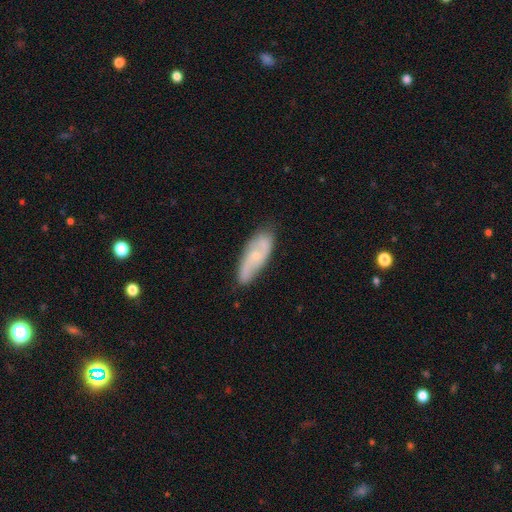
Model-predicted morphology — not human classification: Smooth or featured? featured or disk (63%)
Edge-on disk? no (87%)
Bar? no (63%)
Spiral arms? yes (87%)
Bulge size? small (70%)
Merging? none (78%)